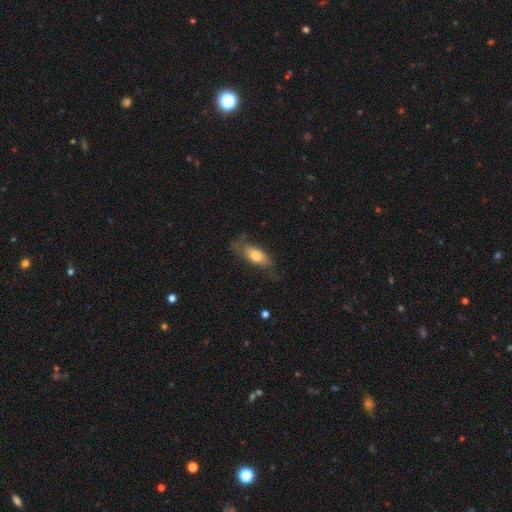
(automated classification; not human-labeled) The model was most divided on "merging": none: 61%, minor disturbance: 26%, major disturbance: 11%, merger: 2%. More confident: how rounded — in between (75%); smooth or featured — smooth (69%).